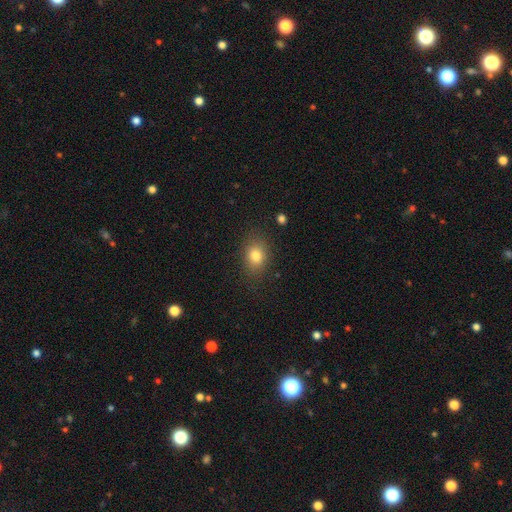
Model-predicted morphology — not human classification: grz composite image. It shows a smooth galaxy with no disk features (80%) that is in between round and cigar-shaped (60%). Merging: none (83%).